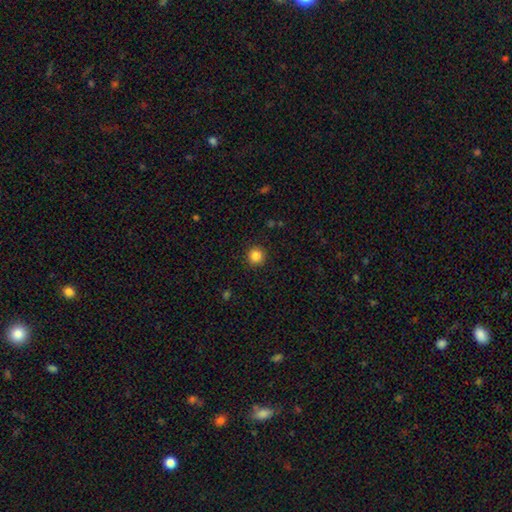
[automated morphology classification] This is clearly a smooth galaxy (85%). How rounded: clearly round (95%). Merging: clearly none (92%).